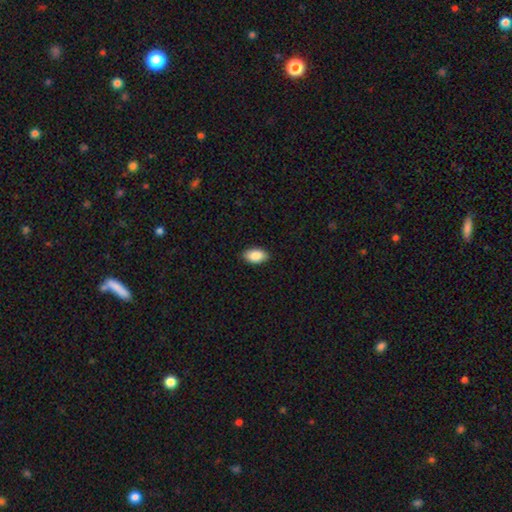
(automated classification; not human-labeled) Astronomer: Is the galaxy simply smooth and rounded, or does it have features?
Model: smooth — 87%.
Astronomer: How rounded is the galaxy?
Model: in between — 94%.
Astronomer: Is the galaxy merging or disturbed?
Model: none — 89%.